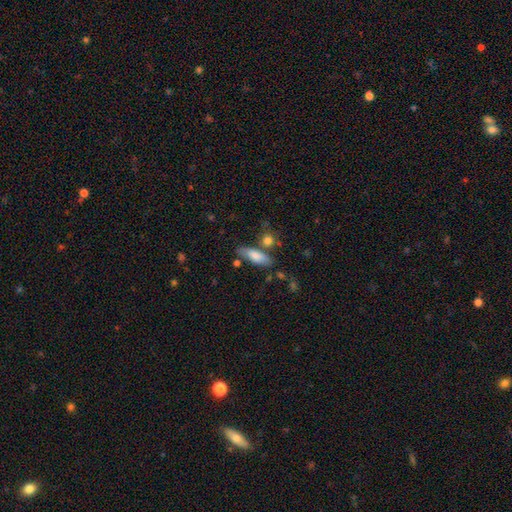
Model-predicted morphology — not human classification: smooth 77%, featured or disk 17%, star or artifact 7%. Down the decision tree: how rounded — in between (55%); merging — none (68%).